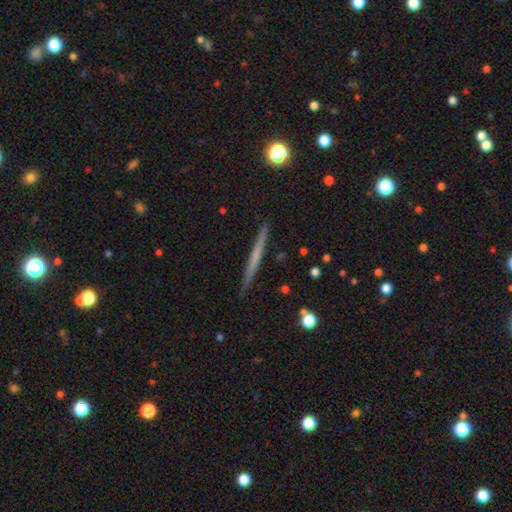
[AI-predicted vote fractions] Overall: featured or disk (51%; smooth 43%). Edge-on disk: yes (97%). Merging: none (91%).